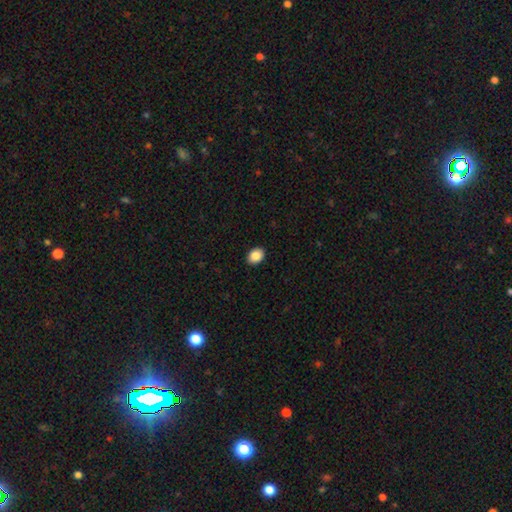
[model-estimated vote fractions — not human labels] This appears to be a smooth galaxy with no disk features (88%) that is in between round and cigar-shaped (65%). Merging: none (91%).